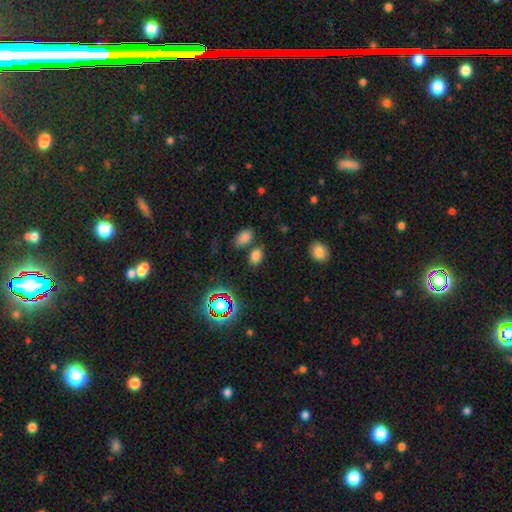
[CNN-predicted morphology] The model was most divided on "smooth or featured": smooth: 77%, star or artifact: 17%, featured or disk: 6%. More confident: how rounded — in between (81%); merging — none (73%).